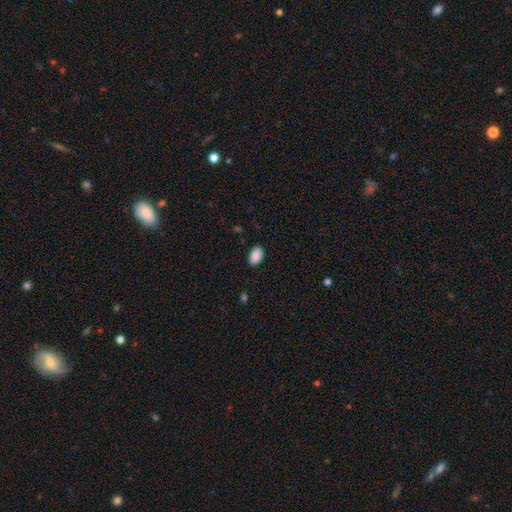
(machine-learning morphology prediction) Smooth or featured: smooth — 90% (star or artifact — 7%)
How rounded: in between — 93% (round — 5%)
Merging: none — 88% (minor disturbance — 8%)